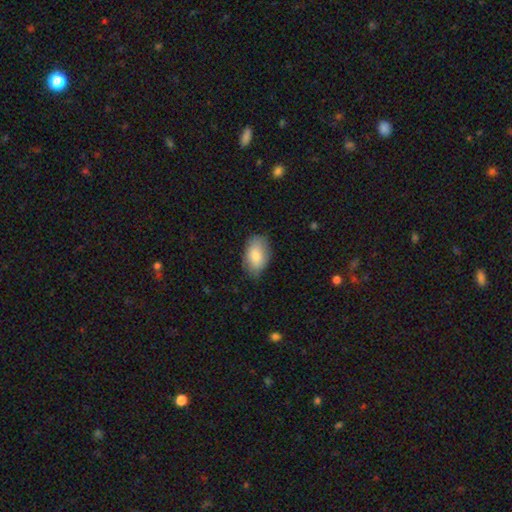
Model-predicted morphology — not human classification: A smooth galaxy with no disk features (81%) that is in between round and cigar-shaped (91%).

Vote fractions:
- Smooth or featured? smooth: 81% / featured or disk: 13% / star or artifact: 7%
- How rounded? in between: 91% / round: 8% / cigar-shaped: 2%
- Merging? none: 76% / minor disturbance: 19% / major disturbance: 4% / merger: 1%